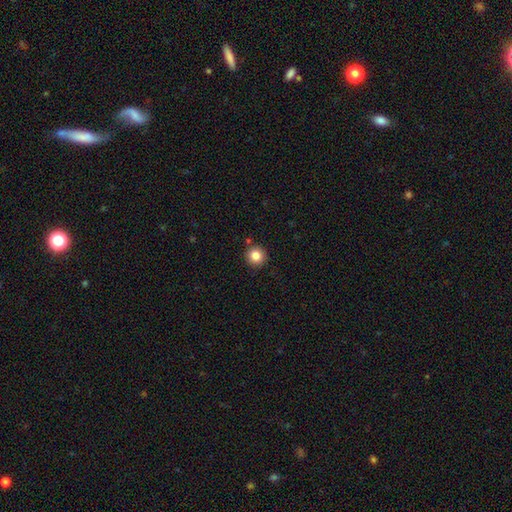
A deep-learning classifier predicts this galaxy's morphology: Smooth or featured?
  - smooth: 84% *
  - star or artifact: 11%
  - featured or disk: 5%
How rounded?
  - round: 95% *
  - in between: 4%
  - cigar-shaped: 1%
Merging?
  - none: 89% *
  - minor disturbance: 6%
  - merger: 3%
  - major disturbance: 2%